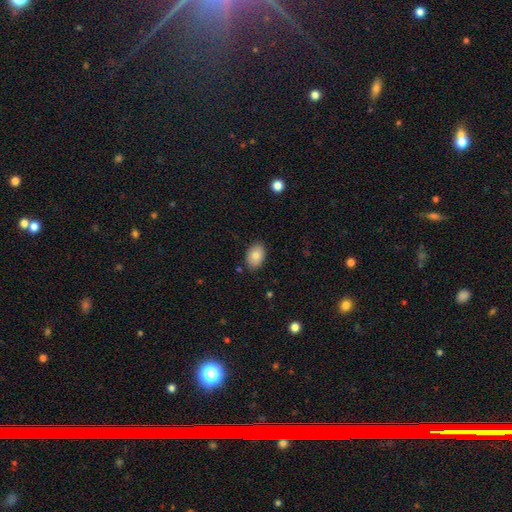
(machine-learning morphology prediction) A smooth galaxy with no disk features (83%) that is in between round and cigar-shaped (85%).

Vote fractions:
- Smooth or featured? smooth: 83% / featured or disk: 10% / star or artifact: 7%
- How rounded? in between: 85% / round: 14% / cigar-shaped: 1%
- Merging? none: 86% / minor disturbance: 11% / major disturbance: 2% / merger: 1%